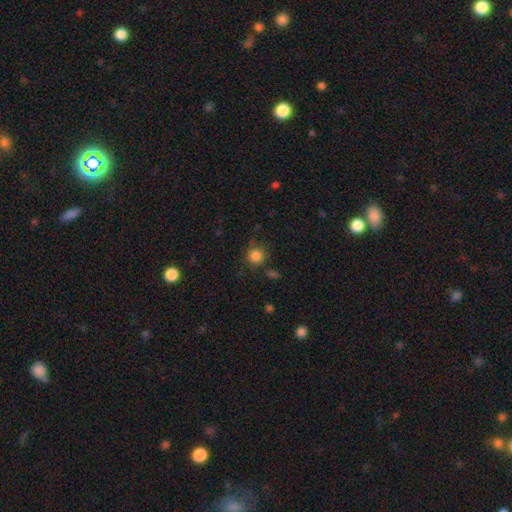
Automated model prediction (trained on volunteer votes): A smooth galaxy with no disk features (85%) that is round (92%).

Vote fractions:
- Smooth or featured? smooth: 85% / star or artifact: 11% / featured or disk: 5%
- How rounded? round: 92% / in between: 7% / cigar-shaped: 1%
- Merging? none: 77% / minor disturbance: 13% / merger: 5% / major disturbance: 5%